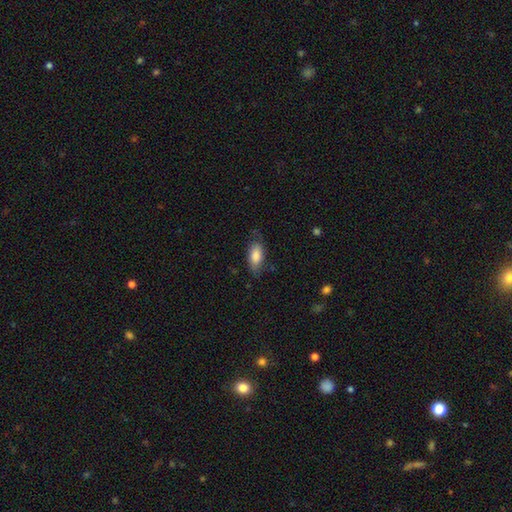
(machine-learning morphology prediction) smooth 80%, featured or disk 14%, star or artifact 6%. Down the decision tree: how rounded — in between (87%); merging — none (68%).